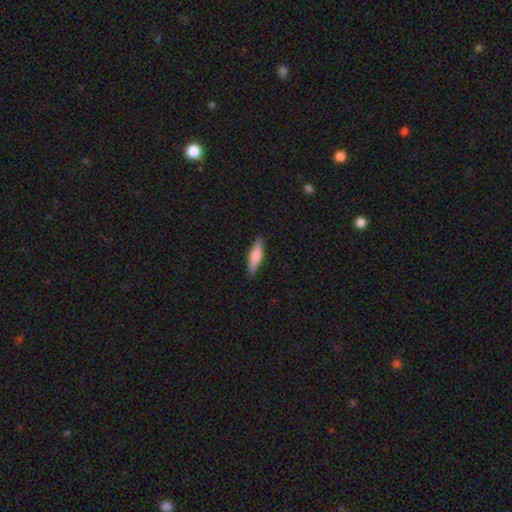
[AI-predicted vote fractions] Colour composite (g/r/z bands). It shows a smooth galaxy with no disk features (61%) that is cigar-shaped (70%). Merging: none (88%).